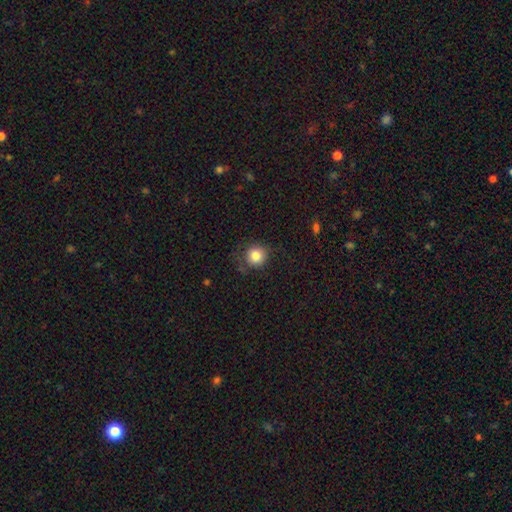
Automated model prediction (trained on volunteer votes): The model was most divided on "merging": none: 78%, minor disturbance: 15%, major disturbance: 6%, merger: 1%. More confident: how rounded — round (91%); smooth or featured — smooth (82%).